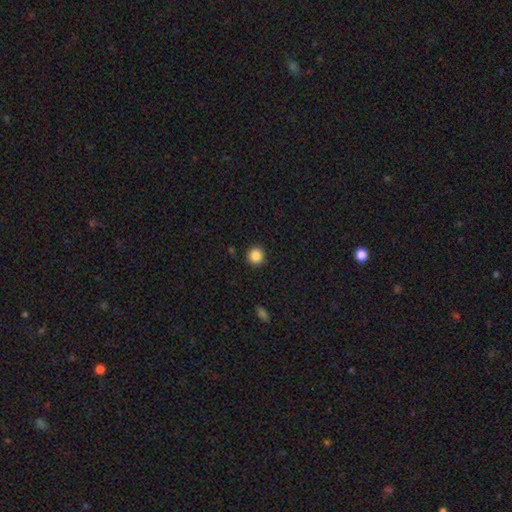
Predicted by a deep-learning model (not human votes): Smooth or featured? smooth (87%)
How rounded? round (92%)
Merging? none (91%)